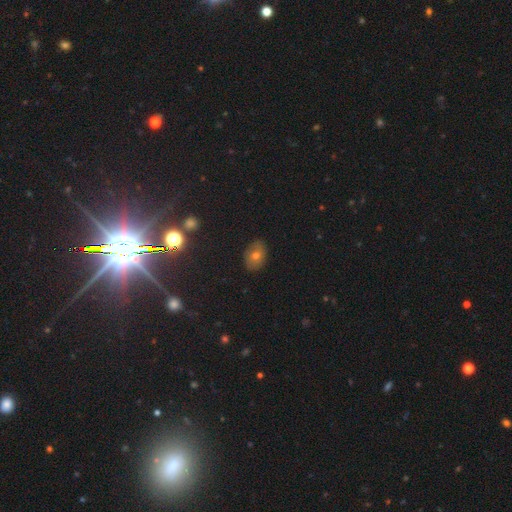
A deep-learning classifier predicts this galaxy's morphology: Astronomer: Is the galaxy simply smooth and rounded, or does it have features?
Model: smooth — 60%.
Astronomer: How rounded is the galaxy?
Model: in between — 72%.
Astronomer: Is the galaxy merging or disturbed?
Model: none — 83%.